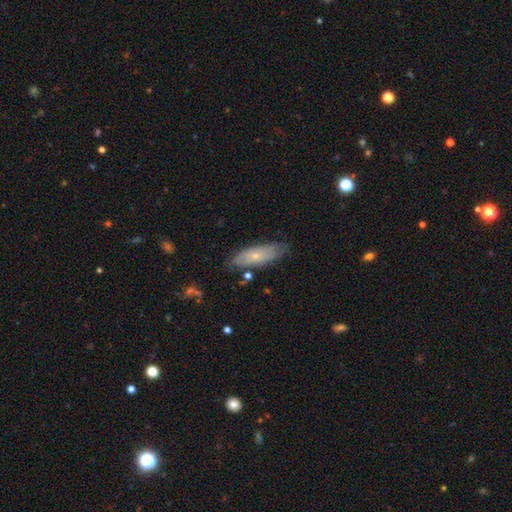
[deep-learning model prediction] A smooth galaxy with no disk features (52%) that is in between round and cigar-shaped (66%).

Vote fractions:
- Smooth or featured? smooth: 52% / featured or disk: 41% / star or artifact: 7%
- How rounded? in between: 66% / cigar-shaped: 31% / round: 3%
- Merging? none: 71% / minor disturbance: 21% / major disturbance: 5% / merger: 3%